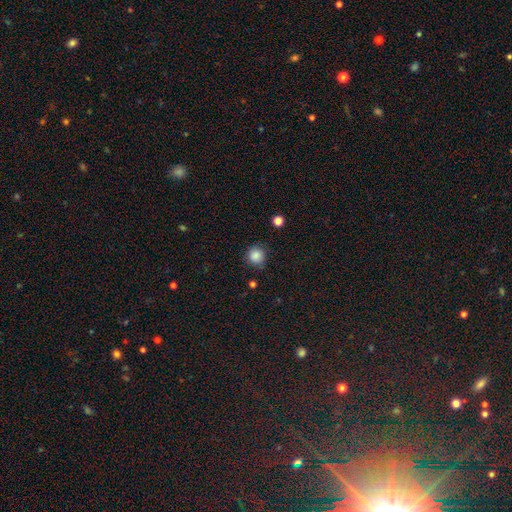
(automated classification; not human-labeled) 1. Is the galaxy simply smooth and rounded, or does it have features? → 86% smooth, 10% star or artifact, 4% featured or disk.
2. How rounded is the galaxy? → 92% round, 7% in between, 1% cigar-shaped.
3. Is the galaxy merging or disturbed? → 81% none, 13% minor disturbance, 3% major disturbance, 2% merger.